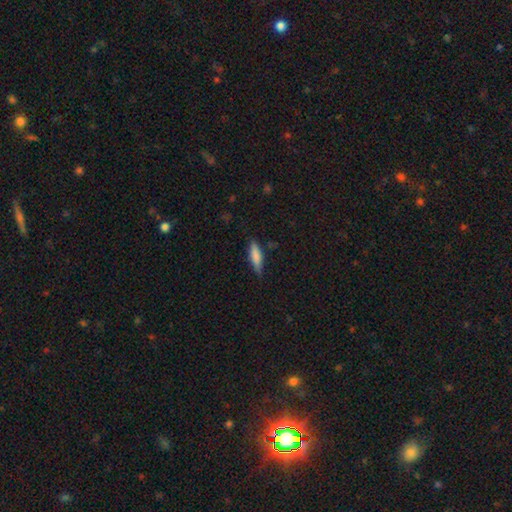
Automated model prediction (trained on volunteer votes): Smooth or featured: smooth — 79% (featured or disk — 15%)
How rounded: cigar-shaped — 64% (in between — 34%)
Merging: none — 78% (minor disturbance — 17%)